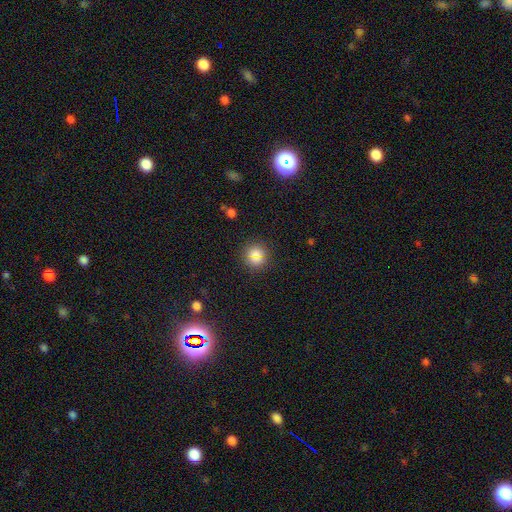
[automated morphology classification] A smooth galaxy with no disk features (71%) that is round (91%). Merging: none (85%).